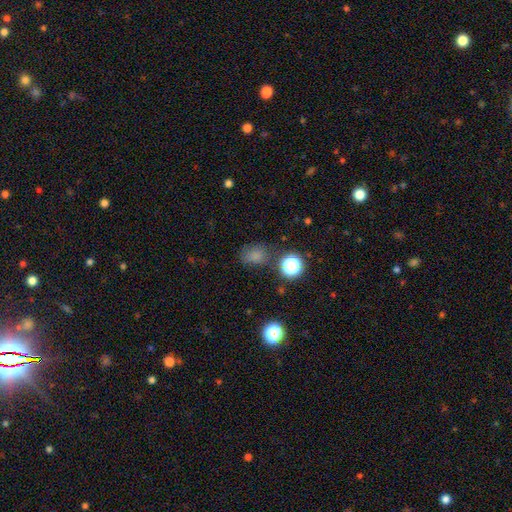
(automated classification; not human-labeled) This is likely a smooth galaxy (73%). How rounded: possibly round (50%). Merging: likely none (70%).